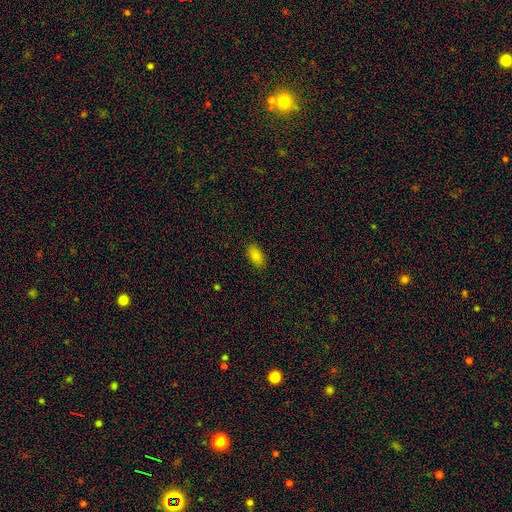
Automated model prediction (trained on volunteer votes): Morphology: type=smooth (84%); roundness=in between (93%); merging=none (88%).